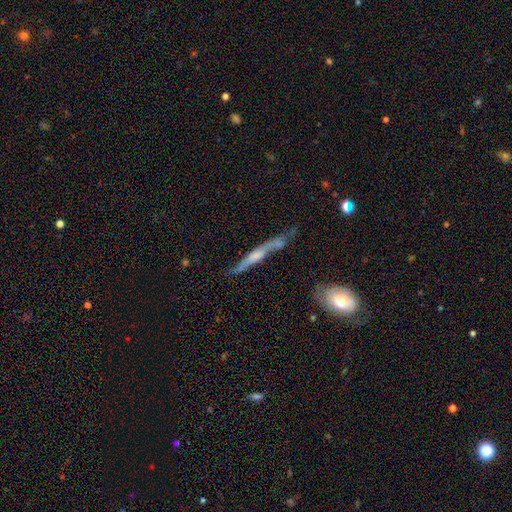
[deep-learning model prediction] featured or disk 63%, smooth 29%, star or artifact 7%. Down the decision tree: edge-on disk — yes (88%); edge-on bulge — rounded (44%); merging — none (56%).